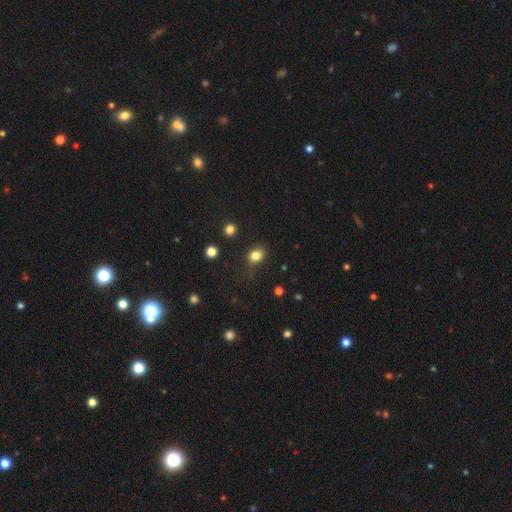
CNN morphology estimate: Smooth or featured? Predicted: smooth (p=0.82). How rounded? Predicted: round (p=0.51). Merging? Predicted: none (p=0.76).